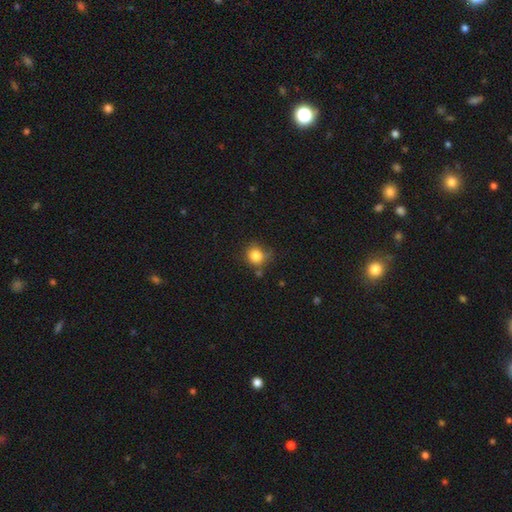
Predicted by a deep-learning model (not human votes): A smooth galaxy with no disk features (83%) that is round (85%). Merging: none (66%).